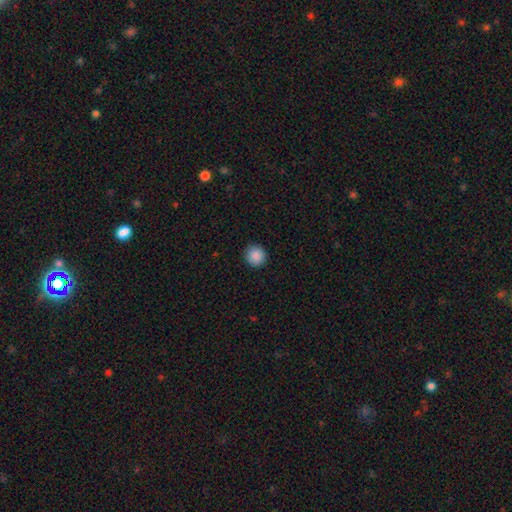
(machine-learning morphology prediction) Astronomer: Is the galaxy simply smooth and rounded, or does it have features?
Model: smooth — 88%.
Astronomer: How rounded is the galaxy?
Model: round — 95%.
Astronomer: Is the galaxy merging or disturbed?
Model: none — 91%.